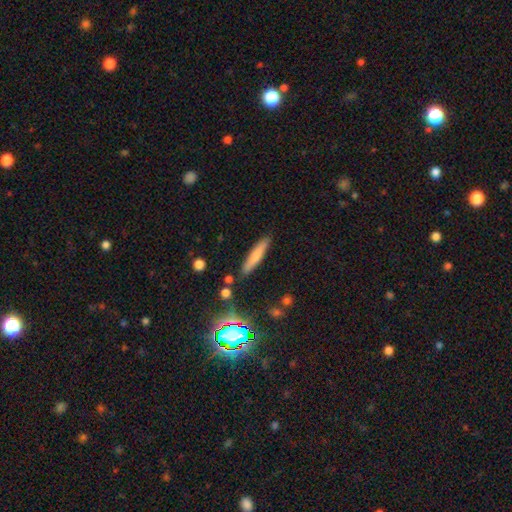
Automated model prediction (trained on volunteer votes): Morphology: type=smooth (66%); roundness=cigar-shaped (88%); merging=none (86%).